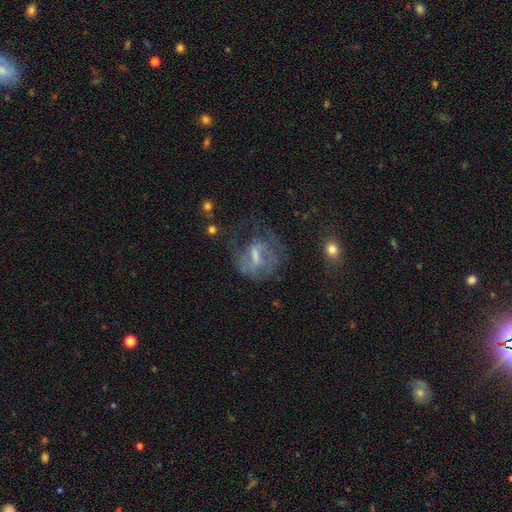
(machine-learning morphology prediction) This appears to be a featured or disk galaxy (60%) with a weak bar (47%), spiral arms (54%) and a small central bulge (40%). Merging: none (44%).